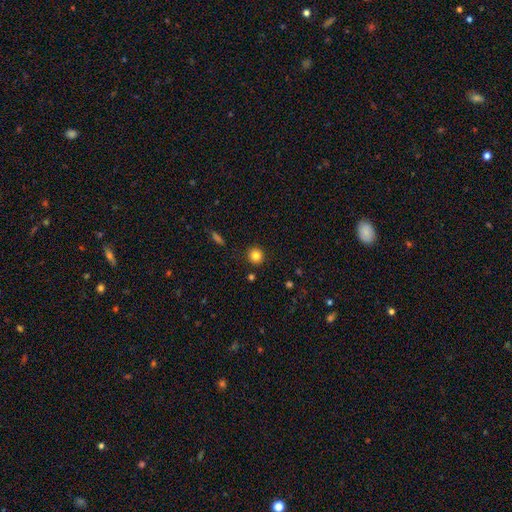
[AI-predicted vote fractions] smooth 83%, star or artifact 11%, featured or disk 6%. Down the decision tree: how rounded — round (91%); merging — none (89%).